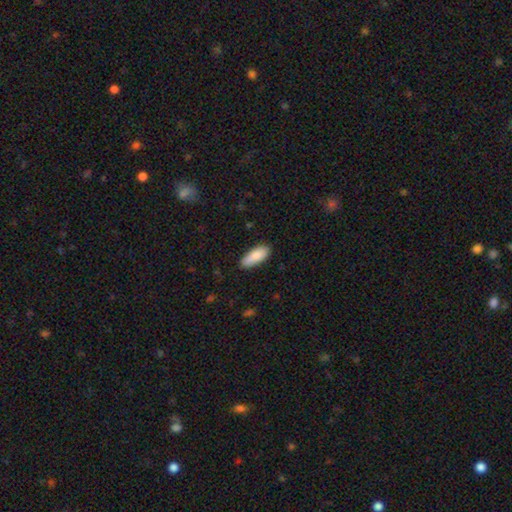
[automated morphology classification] Overall: smooth (86%). How rounded: in between (74%). Merging: none (81%).